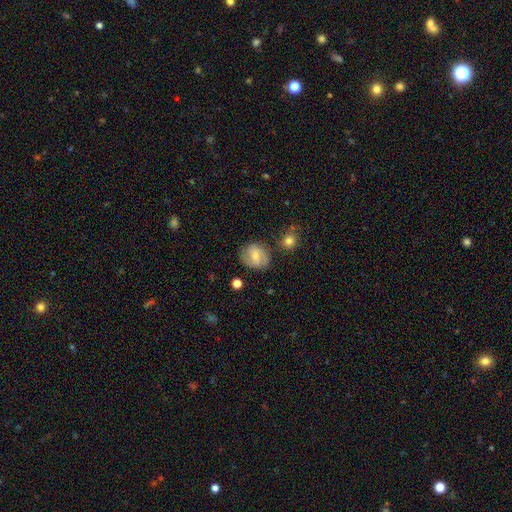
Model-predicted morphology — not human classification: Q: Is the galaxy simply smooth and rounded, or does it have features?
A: featured or disk — 51%.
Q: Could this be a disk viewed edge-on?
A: no — 97%.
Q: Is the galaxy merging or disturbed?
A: none — 75%.